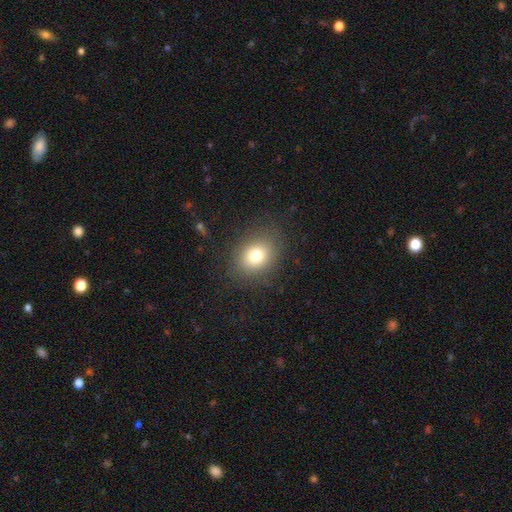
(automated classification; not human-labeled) This is likely a smooth galaxy (77%). How rounded: possibly round (51%). Merging: clearly none (83%).